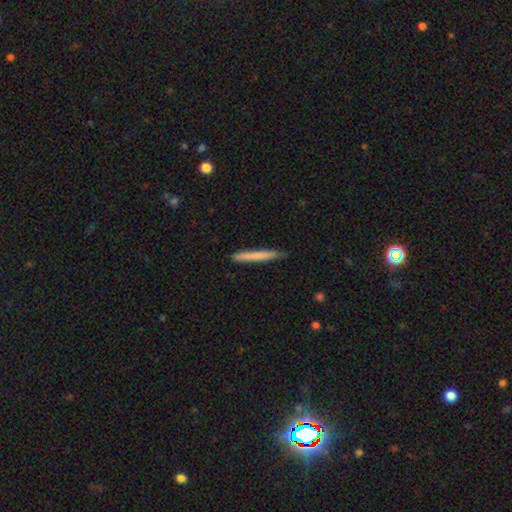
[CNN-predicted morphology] Smooth or featured? Predicted: smooth (p=0.71). How rounded? Predicted: cigar-shaped (p=0.97). Merging? Predicted: none (p=0.88).